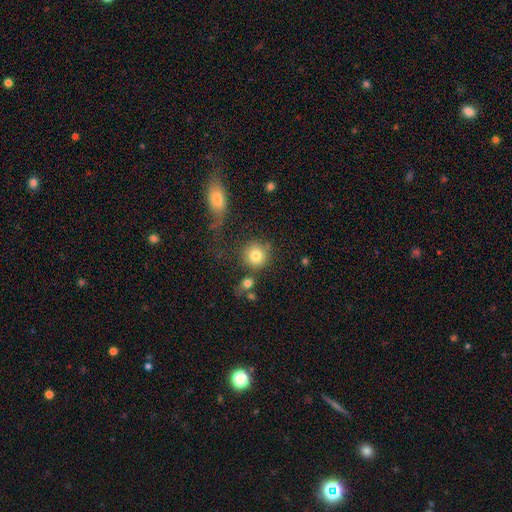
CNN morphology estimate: smooth-or-featured: smooth: 81% | star or artifact: 10% | featured or disk: 9%
  how-rounded: round: 91% | in between: 8% | cigar-shaped: 1%
  merging: none: 72% | merger: 11% | minor disturbance: 10% | major disturbance: 6%